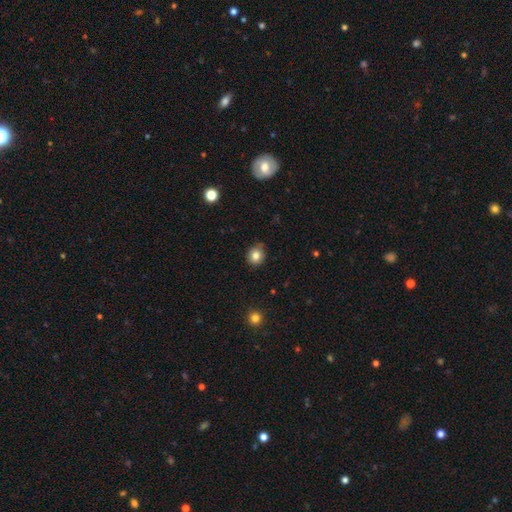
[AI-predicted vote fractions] The model was most divided on "how rounded": round: 78%, in between: 21%, cigar-shaped: 1%. More confident: smooth or featured — smooth (82%); merging — none (81%).